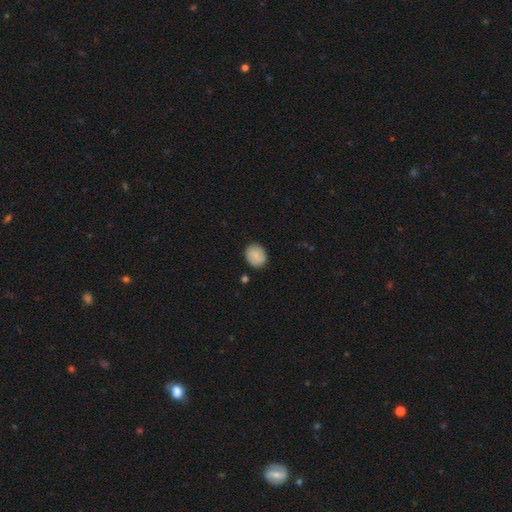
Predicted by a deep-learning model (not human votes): smooth 84%, featured or disk 9%, star or artifact 7%. Down the decision tree: how rounded — round (70%); merging — none (86%).